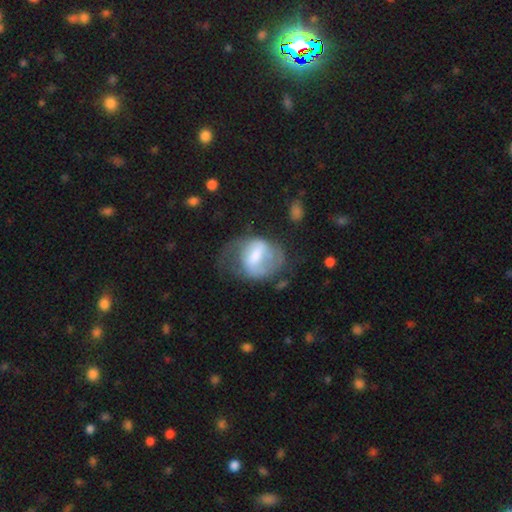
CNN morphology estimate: Smooth or featured? featured or disk (58%)
Edge-on disk? no (97%)
Bar? weak (45%)
Spiral arms? yes (62%)
Bulge size? moderate (42%)
Merging? none (37%)